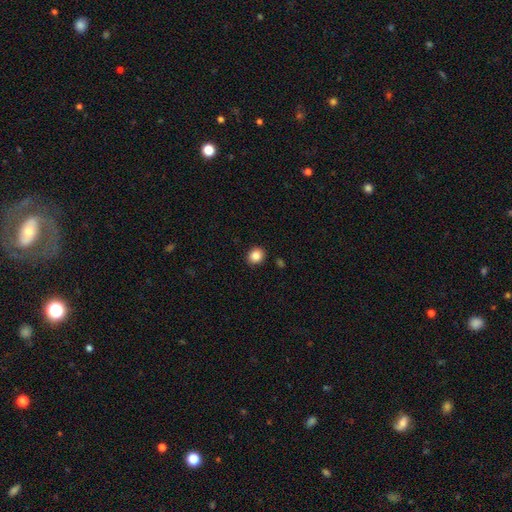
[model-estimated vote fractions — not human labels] A smooth galaxy with no disk features (86%) that is round (74%).

Vote fractions:
- Smooth or featured? smooth: 86% / star or artifact: 10% / featured or disk: 4%
- How rounded? round: 74% / in between: 25% / cigar-shaped: 1%
- Merging? none: 90% / minor disturbance: 6% / major disturbance: 2% / merger: 1%